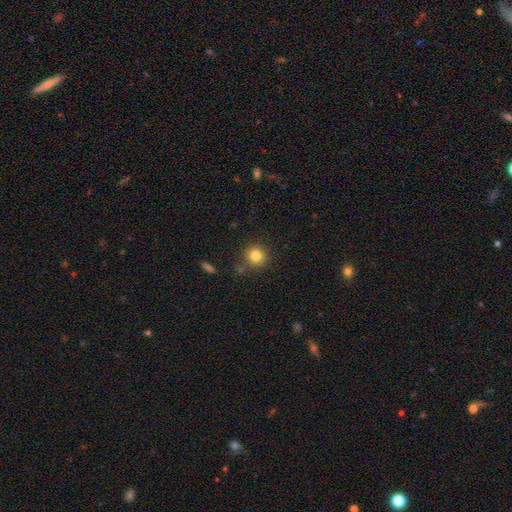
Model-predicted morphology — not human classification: Smooth or featured? Predicted: smooth (p=0.82). How rounded? Predicted: round (p=0.91). Merging? Predicted: none (p=0.83).